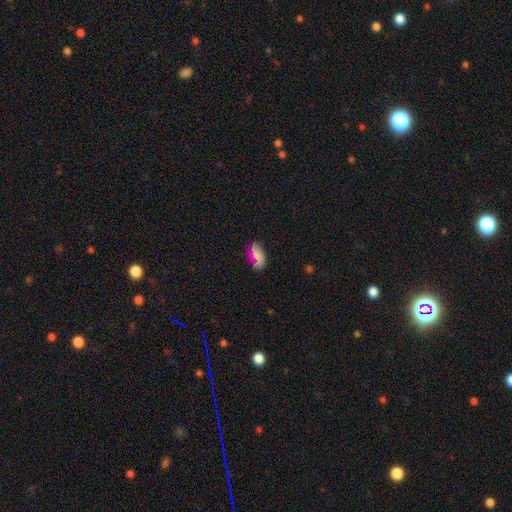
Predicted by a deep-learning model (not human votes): Q: Smooth or featured?
A: smooth (67%); runner-up: featured or disk (20%)
Q: How rounded?
A: in between (92%); runner-up: round (5%)
Q: Merging?
A: none (71%); runner-up: minor disturbance (21%)